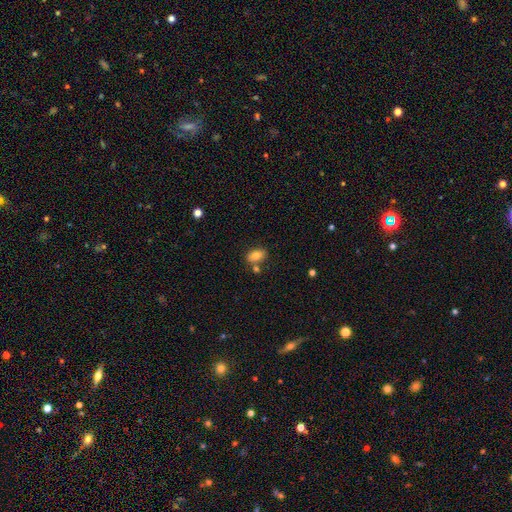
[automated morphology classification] Q: Smooth or featured?
A: smooth (78%); runner-up: featured or disk (14%)
Q: How rounded?
A: in between (85%); runner-up: round (13%)
Q: Merging?
A: none (69%); runner-up: merger (15%)